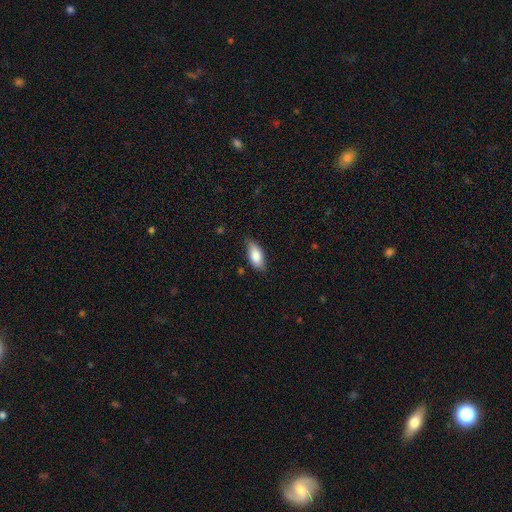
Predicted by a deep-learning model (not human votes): This appears to be a smooth galaxy with no disk features (83%) that is in between round and cigar-shaped (87%). Merging: none (75%).